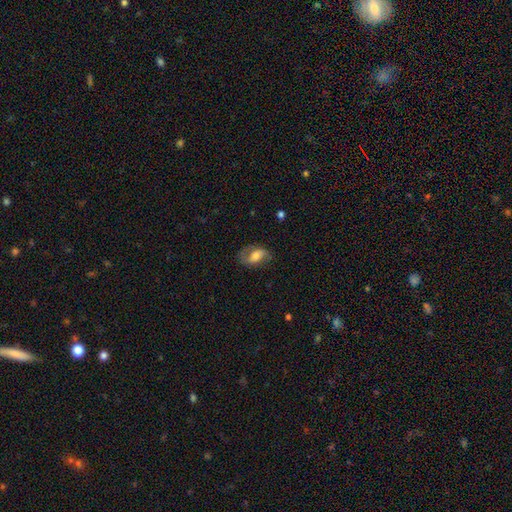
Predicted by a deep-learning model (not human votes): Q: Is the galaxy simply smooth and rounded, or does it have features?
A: featured or disk — 52%.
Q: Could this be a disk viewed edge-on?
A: no — 93%.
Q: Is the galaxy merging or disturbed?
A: none — 65%.